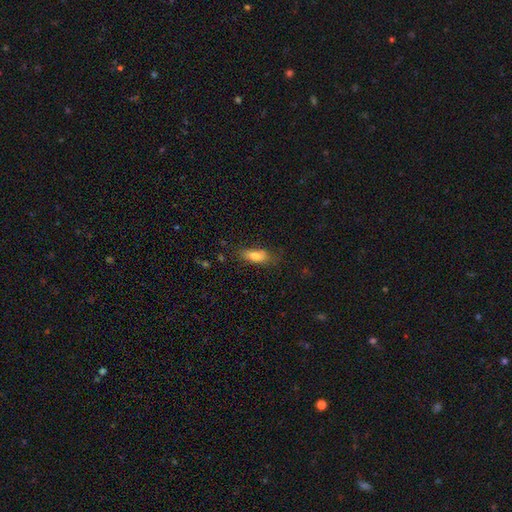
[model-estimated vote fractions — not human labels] Smooth or featured?
  - smooth: 79% *
  - featured or disk: 11%
  - star or artifact: 9%
How rounded?
  - in between: 72% *
  - cigar-shaped: 25%
  - round: 3%
Merging?
  - none: 67% *
  - minor disturbance: 22%
  - major disturbance: 8%
  - merger: 3%